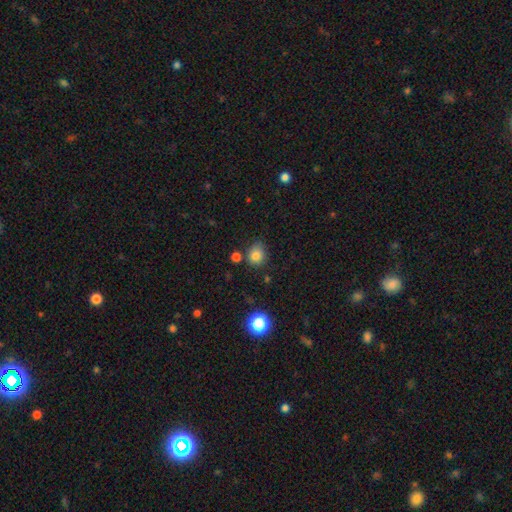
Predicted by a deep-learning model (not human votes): Smooth or featured: smooth — 81% (star or artifact — 13%)
How rounded: round — 68% (in between — 31%)
Merging: none — 71% (minor disturbance — 18%)